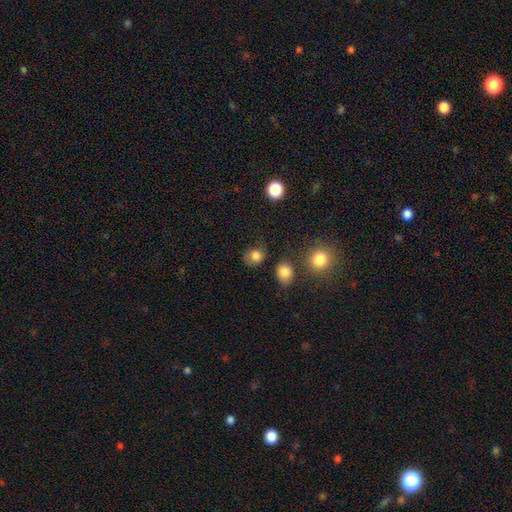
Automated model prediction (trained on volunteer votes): smooth_or_featured: smooth (p=0.83) [alt: star or artifact p=0.11]
how_rounded: round (p=0.71) [alt: in between p=0.28]
merging: none (p=0.69) [alt: minor disturbance p=0.19]